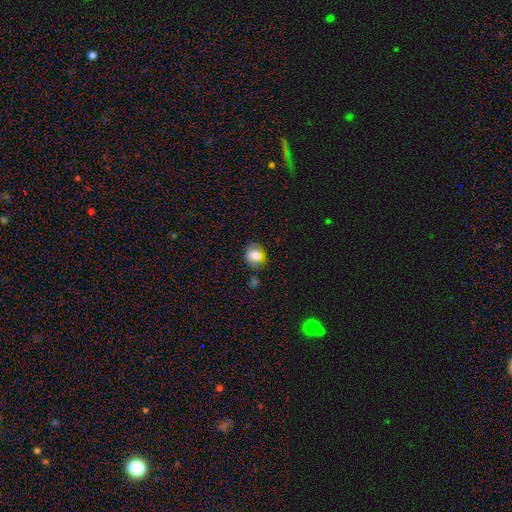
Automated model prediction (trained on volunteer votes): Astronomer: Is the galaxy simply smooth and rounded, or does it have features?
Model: smooth — 77%.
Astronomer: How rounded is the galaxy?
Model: round — 69%.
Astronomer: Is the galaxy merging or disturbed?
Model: none — 76%.